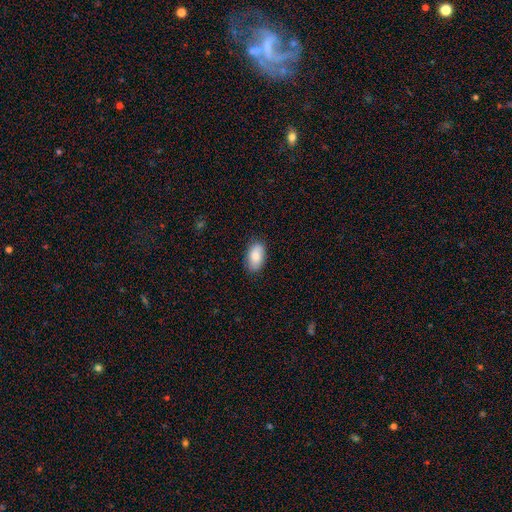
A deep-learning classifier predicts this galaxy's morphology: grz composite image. It shows a smooth galaxy with no disk features (81%) that is in between round and cigar-shaped (93%). Merging: none (84%).